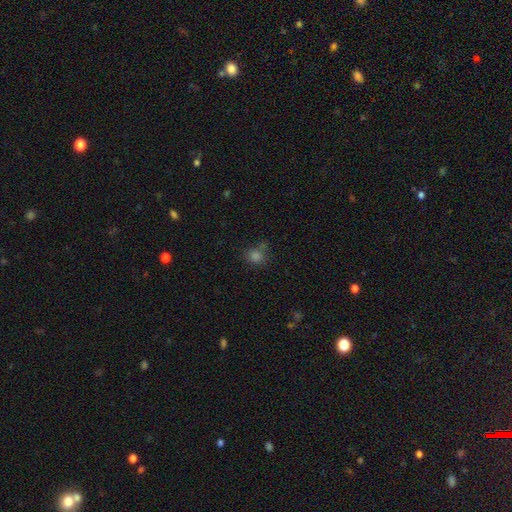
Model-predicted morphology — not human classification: Smooth or featured: smooth — 69% (star or artifact — 24%)
How rounded: round — 72% (in between — 26%)
Merging: none — 70% (minor disturbance — 14%)